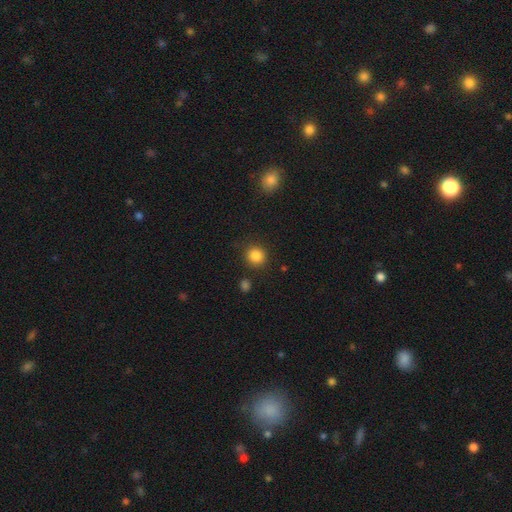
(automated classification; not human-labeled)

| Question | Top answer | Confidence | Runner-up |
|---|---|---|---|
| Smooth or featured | smooth | 85% | star or artifact (11%) |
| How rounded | round | 90% | in between (9%) |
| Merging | none | 86% | minor disturbance (8%) |